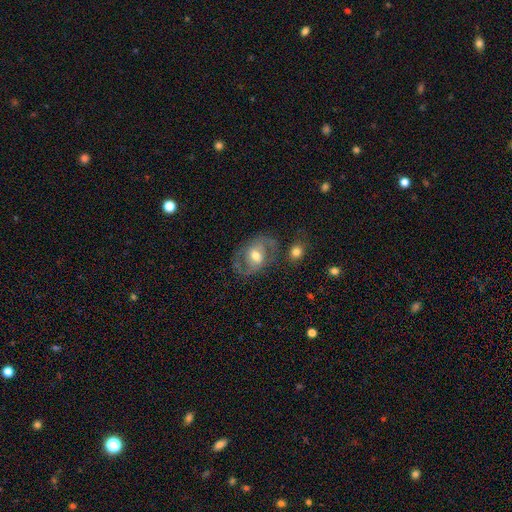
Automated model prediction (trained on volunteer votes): Morphology: type=featured or disk (60%); edge-on=no (94%); bar=weak (42%); spiral arms=yes (60%); bulge=moderate (71%); merging=none (60%).